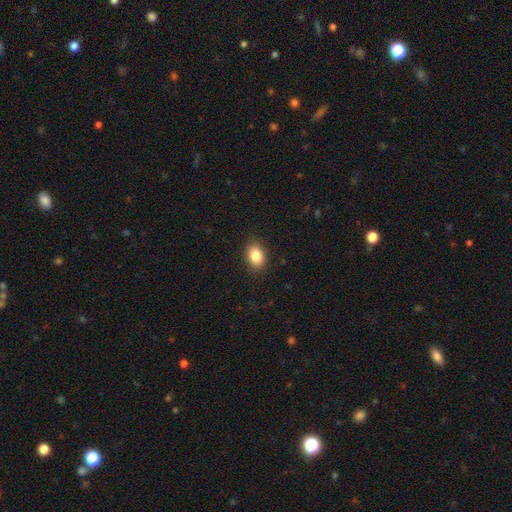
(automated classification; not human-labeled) Smooth or featured?
  - smooth: 85% *
  - star or artifact: 9%
  - featured or disk: 6%
How rounded?
  - in between: 80% *
  - round: 19%
  - cigar-shaped: 1%
Merging?
  - none: 88% *
  - minor disturbance: 8%
  - major disturbance: 2%
  - merger: 1%